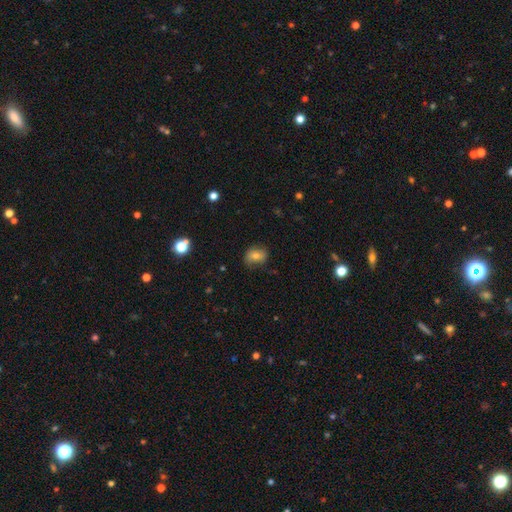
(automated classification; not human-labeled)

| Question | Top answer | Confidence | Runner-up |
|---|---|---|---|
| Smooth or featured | smooth | 66% | featured or disk (23%) |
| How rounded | in between | 60% | round (39%) |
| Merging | none | 68% | minor disturbance (23%) |